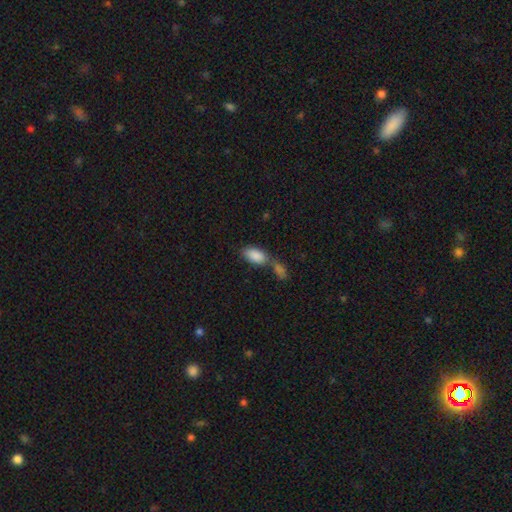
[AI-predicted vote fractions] This appears to be a smooth galaxy with no disk features (87%) that is in between round and cigar-shaped (93%). Merging: merger (48%).